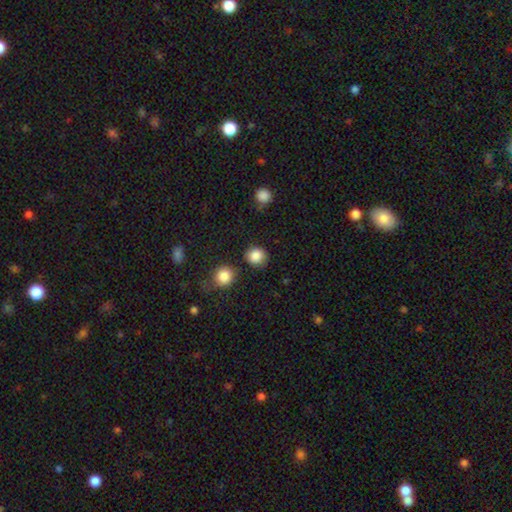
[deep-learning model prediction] Smooth or featured?
  - smooth: 86% *
  - star or artifact: 10%
  - featured or disk: 4%
How rounded?
  - round: 83% *
  - in between: 16%
  - cigar-shaped: 1%
Merging?
  - none: 80% *
  - minor disturbance: 12%
  - merger: 5%
  - major disturbance: 3%